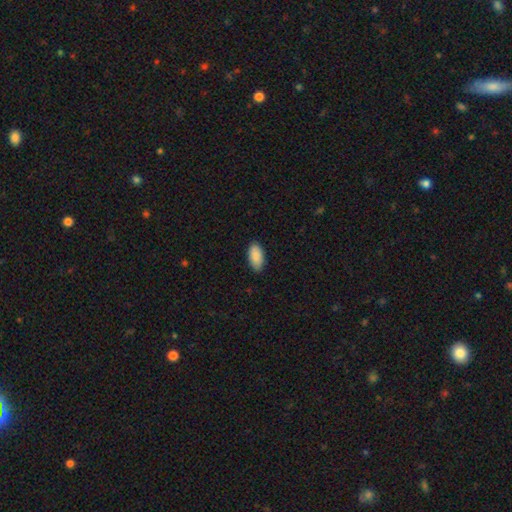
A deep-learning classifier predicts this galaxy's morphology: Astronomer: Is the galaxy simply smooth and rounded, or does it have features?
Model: smooth — 91%.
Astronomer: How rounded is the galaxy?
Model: in between — 93%.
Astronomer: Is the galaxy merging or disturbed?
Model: none — 86%.